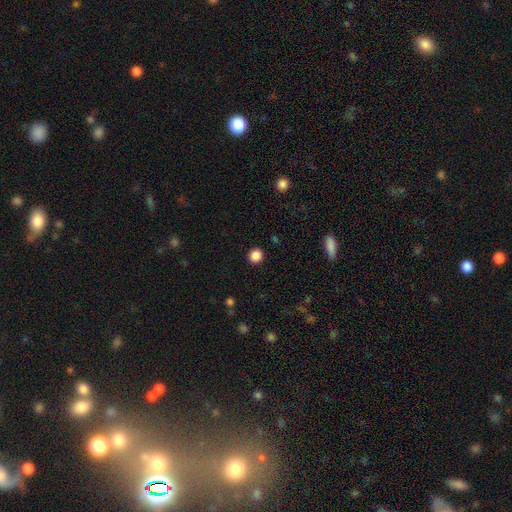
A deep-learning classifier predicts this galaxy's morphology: Smooth or featured?
  - smooth: 87% *
  - star or artifact: 11%
  - featured or disk: 3%
How rounded?
  - round: 91% *
  - in between: 8%
  - cigar-shaped: 1%
Merging?
  - none: 92% *
  - minor disturbance: 5%
  - major disturbance: 2%
  - merger: 1%